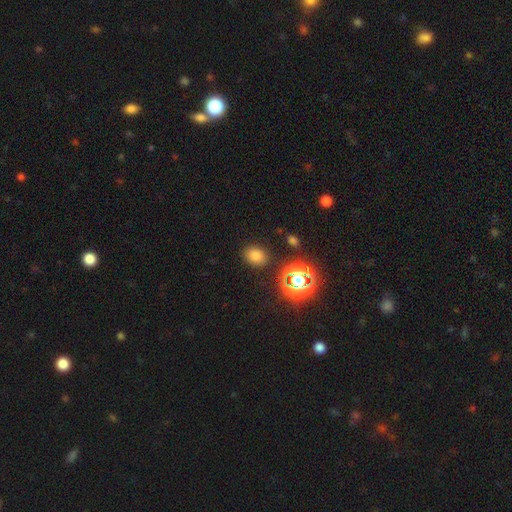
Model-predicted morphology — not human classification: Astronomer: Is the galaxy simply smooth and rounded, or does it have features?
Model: smooth — 73%.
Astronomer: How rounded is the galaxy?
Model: in between — 56% (runner-up: round, 43%).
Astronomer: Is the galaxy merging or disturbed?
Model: none — 85%.